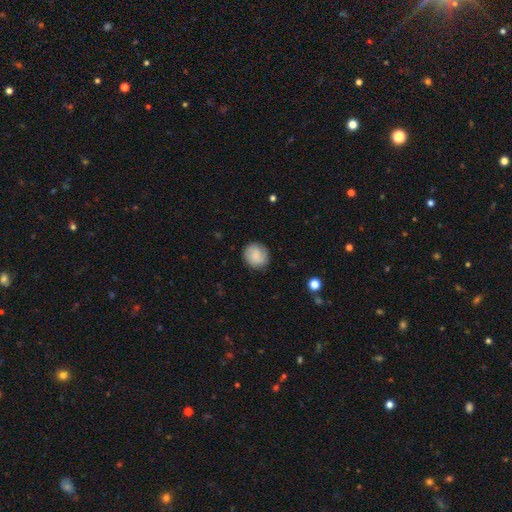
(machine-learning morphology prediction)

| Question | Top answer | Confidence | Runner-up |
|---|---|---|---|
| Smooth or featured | smooth | 75% | featured or disk (17%) |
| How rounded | round | 81% | in between (18%) |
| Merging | none | 84% | minor disturbance (12%) |